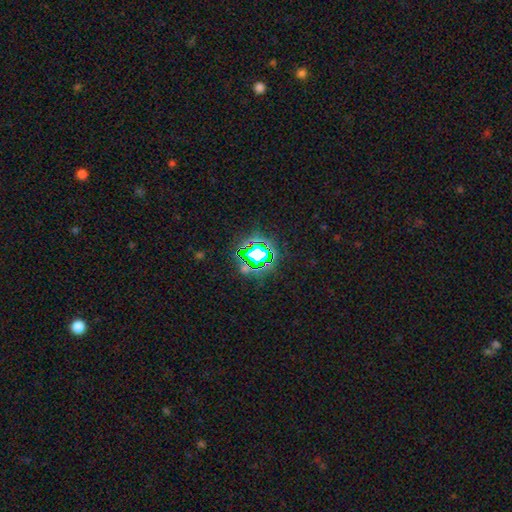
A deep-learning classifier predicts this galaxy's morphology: Smooth or featured: star or artifact — 73% (smooth — 16%)